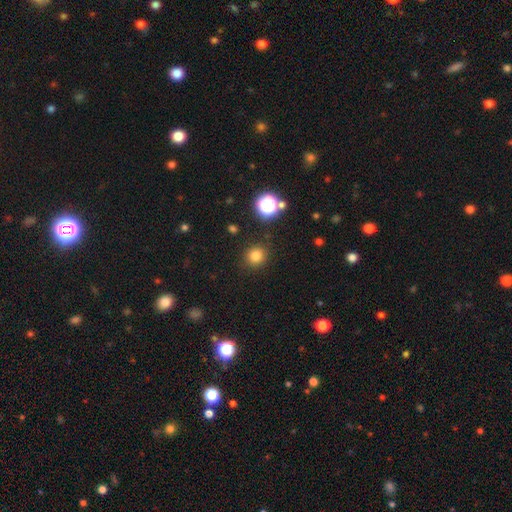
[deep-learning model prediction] smooth_or_featured: smooth (p=0.79) [alt: star or artifact p=0.16]
how_rounded: round (p=0.90) [alt: in between p=0.09]
merging: none (p=0.88) [alt: minor disturbance p=0.07]